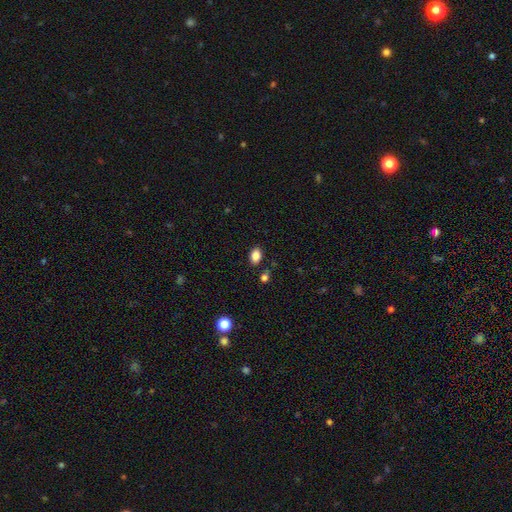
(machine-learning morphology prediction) A smooth galaxy with no disk features (86%) that is in between round and cigar-shaped (82%).

Vote fractions:
- Smooth or featured? smooth: 86% / star or artifact: 10% / featured or disk: 4%
- How rounded? in between: 82% / round: 16% / cigar-shaped: 1%
- Merging? none: 84% / minor disturbance: 10% / merger: 4% / major disturbance: 2%